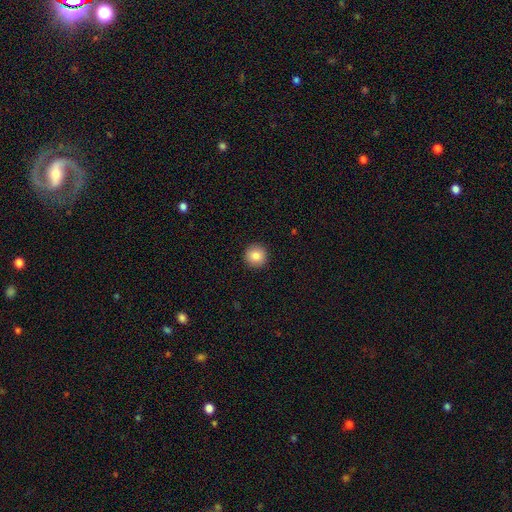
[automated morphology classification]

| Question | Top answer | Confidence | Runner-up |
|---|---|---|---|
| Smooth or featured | smooth | 86% | star or artifact (9%) |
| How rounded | round | 95% | in between (4%) |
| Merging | none | 92% | minor disturbance (5%) |